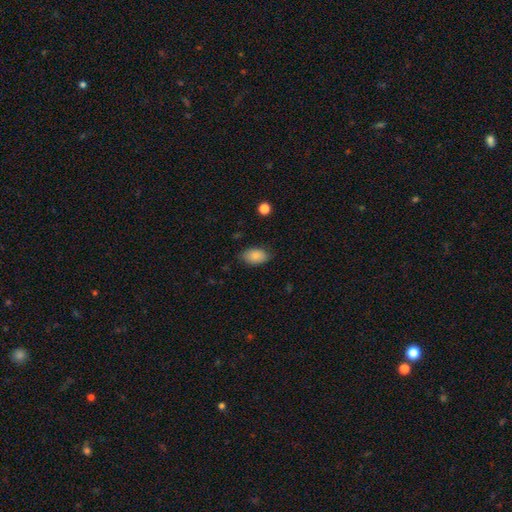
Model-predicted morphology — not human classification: Smooth or featured: smooth — 86% (star or artifact — 7%)
How rounded: in between — 91% (round — 7%)
Merging: none — 79% (minor disturbance — 16%)